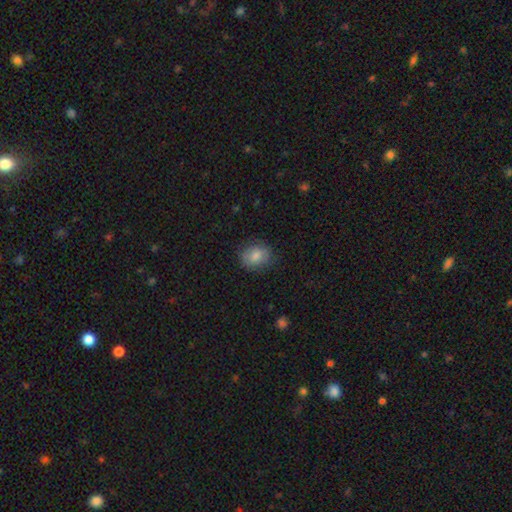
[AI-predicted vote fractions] smooth-or-featured: smooth: 79% | featured or disk: 12% | star or artifact: 9%
  how-rounded: round: 57% | in between: 42% | cigar-shaped: 1%
  merging: none: 81% | minor disturbance: 14% | major disturbance: 4% | merger: 1%